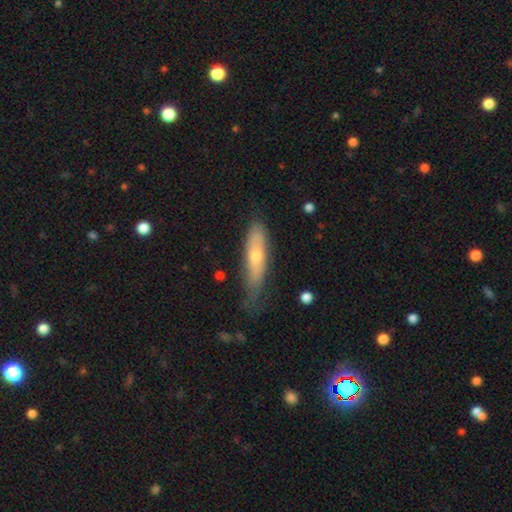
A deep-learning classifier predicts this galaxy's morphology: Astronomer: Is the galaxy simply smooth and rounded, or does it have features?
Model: smooth — 55% (runner-up: featured or disk, 38%).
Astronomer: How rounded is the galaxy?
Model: cigar-shaped — 71%.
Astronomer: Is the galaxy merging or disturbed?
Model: none — 59%.